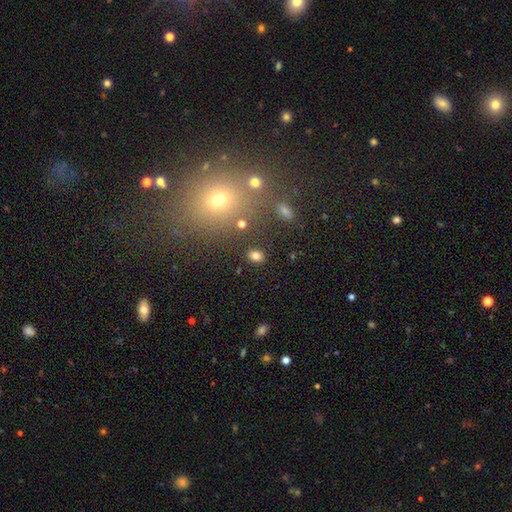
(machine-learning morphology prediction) The model was most divided on "how rounded": in between: 63%, round: 35%, cigar-shaped: 2%. More confident: merging — none (83%); smooth or featured — smooth (79%).